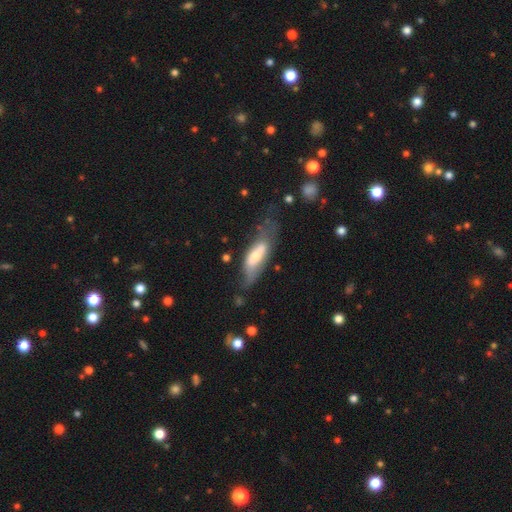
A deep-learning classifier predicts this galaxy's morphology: Q: Smooth or featured?
A: smooth (53%); runner-up: featured or disk (41%)
Q: How rounded?
A: in between (63%); runner-up: cigar-shaped (36%)
Q: Merging?
A: none (37%); runner-up: minor disturbance (31%)